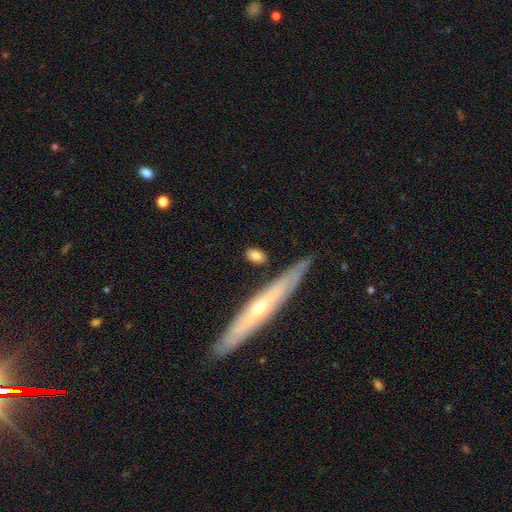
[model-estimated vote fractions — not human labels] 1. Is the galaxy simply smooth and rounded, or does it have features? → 78% smooth, 16% featured or disk, 6% star or artifact.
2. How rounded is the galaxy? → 72% in between, 17% cigar-shaped, 11% round.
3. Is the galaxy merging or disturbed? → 82% none, 11% minor disturbance, 4% merger, 3% major disturbance.